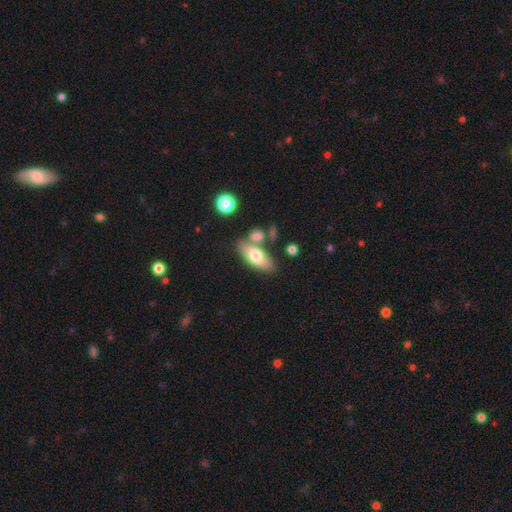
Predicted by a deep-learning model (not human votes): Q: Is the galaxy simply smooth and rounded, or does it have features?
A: smooth — 69%.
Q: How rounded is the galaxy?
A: in between — 80%.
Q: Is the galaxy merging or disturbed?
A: none — 66%.